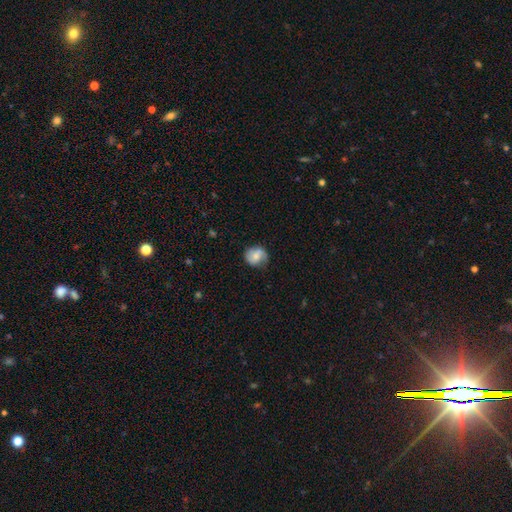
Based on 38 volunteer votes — A smooth galaxy with no disk features (53%) that is round (90%). Merging: none (77%).